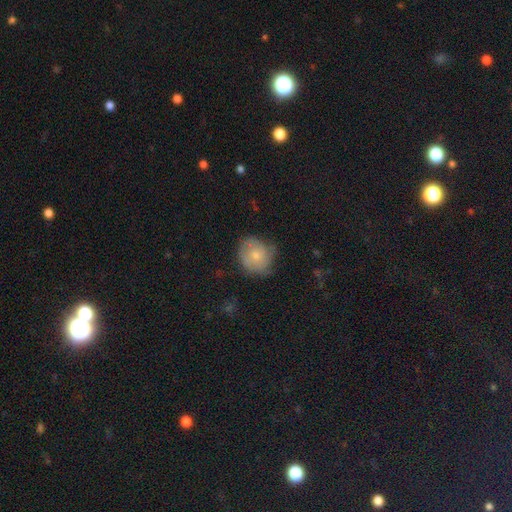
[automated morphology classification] Smooth or featured?
  - smooth: 61% *
  - featured or disk: 31%
  - star or artifact: 7%
How rounded?
  - round: 78% *
  - in between: 21%
  - cigar-shaped: 1%
Merging?
  - none: 58% *
  - minor disturbance: 31%
  - major disturbance: 10%
  - merger: 2%